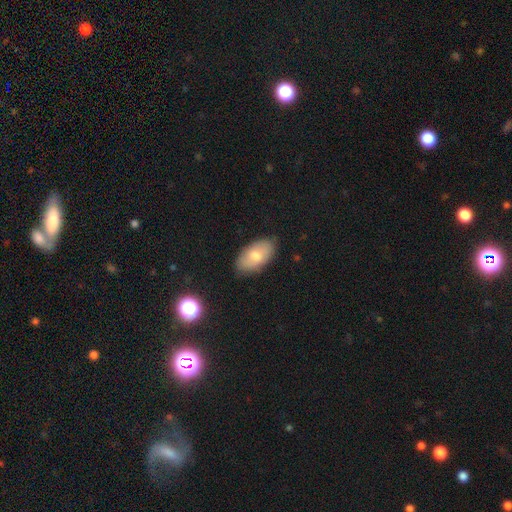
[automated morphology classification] smooth 73%, featured or disk 20%, star or artifact 7%. Down the decision tree: how rounded — in between (94%); merging — none (81%).